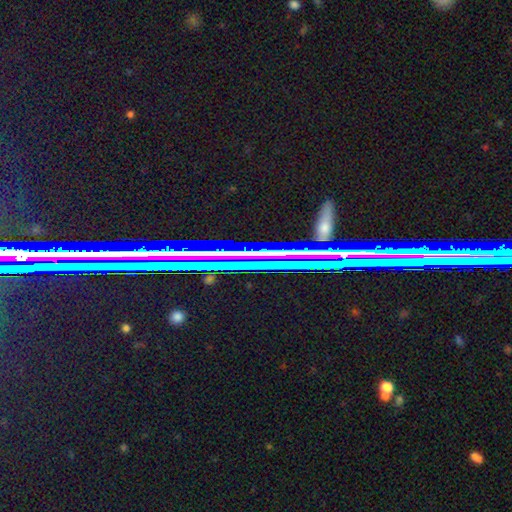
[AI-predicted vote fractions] Overall: star or artifact (77%).